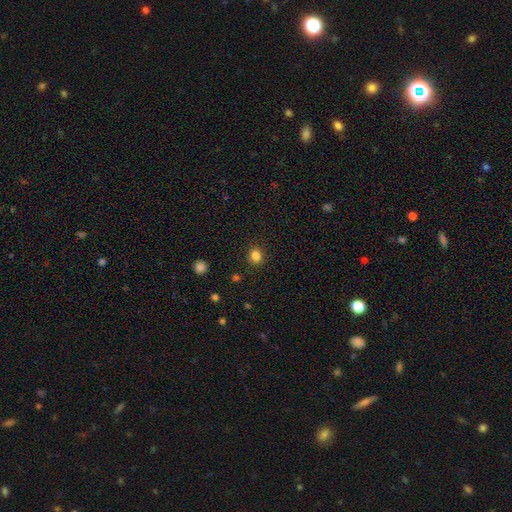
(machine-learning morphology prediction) Smooth or featured?
  - smooth: 83% *
  - star or artifact: 13%
  - featured or disk: 4%
How rounded?
  - round: 78% *
  - in between: 21%
  - cigar-shaped: 1%
Merging?
  - none: 89% *
  - minor disturbance: 7%
  - major disturbance: 2%
  - merger: 1%